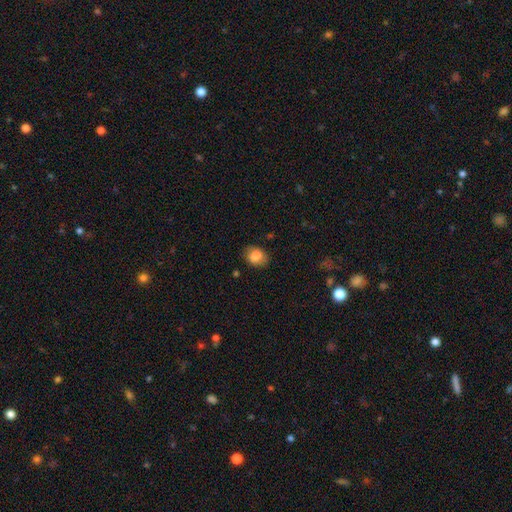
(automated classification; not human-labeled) Smooth or featured? smooth (81%)
How rounded? in between (58%)
Merging? none (81%)